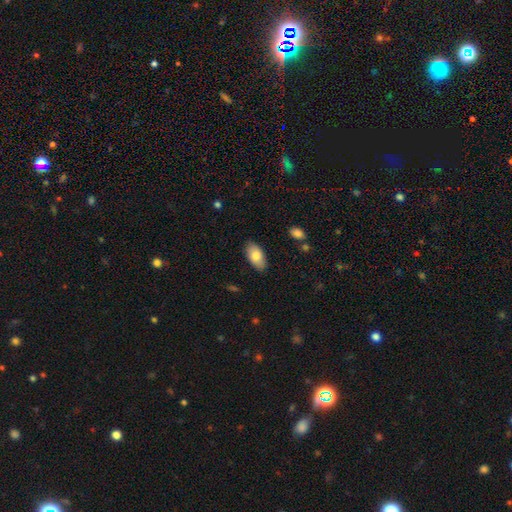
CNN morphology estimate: A smooth galaxy with no disk features (80%) that is in between round and cigar-shaped (94%). Merging: none (86%).